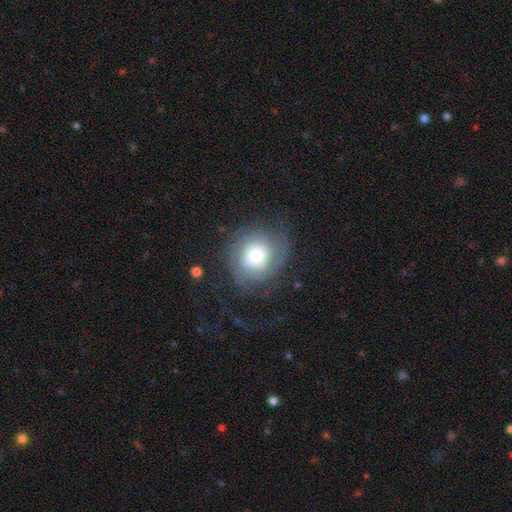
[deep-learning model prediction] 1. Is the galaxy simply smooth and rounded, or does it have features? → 68% featured or disk, 23% smooth, 9% star or artifact.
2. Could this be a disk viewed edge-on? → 97% no, 3% yes.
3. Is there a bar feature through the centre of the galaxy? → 79% no, 17% weak, 4% strong.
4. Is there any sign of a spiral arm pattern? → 90% yes, 10% no.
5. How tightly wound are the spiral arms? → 60% tight, 29% medium, 11% loose.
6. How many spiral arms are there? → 34% can't tell, 30% 2, 17% 3, 7% 4, 7% 1, 6% more than 4.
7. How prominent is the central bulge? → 43% large, 40% moderate, 8% dominant, 7% small, 1% none.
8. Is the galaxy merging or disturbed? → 68% none, 17% minor disturbance, 14% major disturbance, 1% merger.